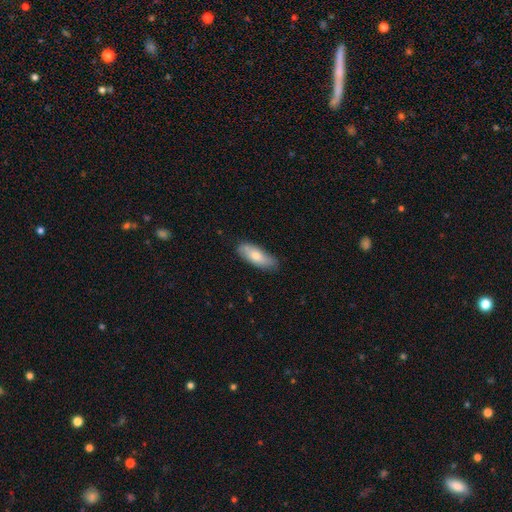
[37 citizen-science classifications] This is likely a smooth galaxy (76%). How rounded: likely in between (71%). Merging: clearly none (83%).